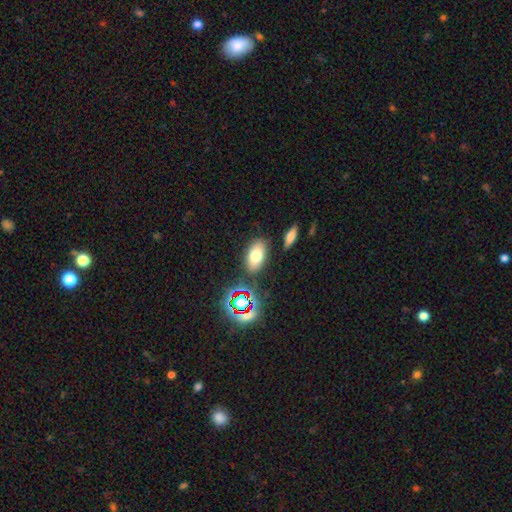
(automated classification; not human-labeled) smooth-or-featured: smooth: 70% | star or artifact: 15% | featured or disk: 15%
  how-rounded: in between: 89% | round: 8% | cigar-shaped: 3%
  merging: none: 81% | minor disturbance: 11% | merger: 5% | major disturbance: 4%